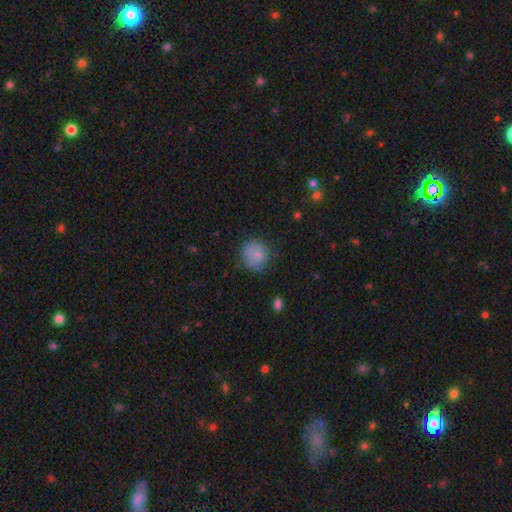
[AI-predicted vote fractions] smooth-or-featured: smooth: 80% | featured or disk: 10% | star or artifact: 10%
  how-rounded: round: 87% | in between: 12% | cigar-shaped: 1%
  merging: none: 69% | minor disturbance: 22% | major disturbance: 6% | merger: 2%